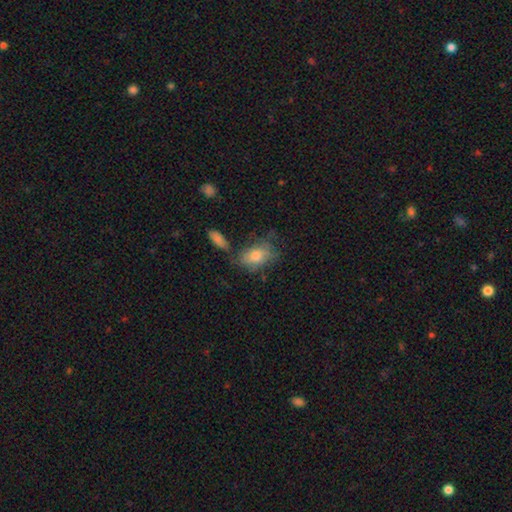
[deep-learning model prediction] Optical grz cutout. It shows a smooth galaxy with no disk features (68%) that is in between round and cigar-shaped (85%). Merging: none (52%).